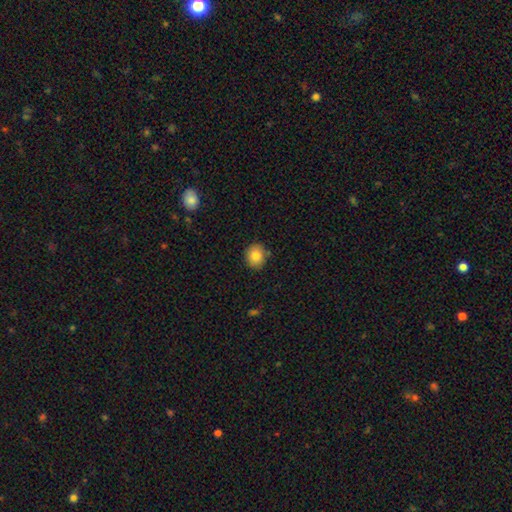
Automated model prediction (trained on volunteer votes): Q: Smooth or featured?
A: smooth (83%); runner-up: star or artifact (9%)
Q: How rounded?
A: round (68%); runner-up: in between (31%)
Q: Merging?
A: none (85%); runner-up: minor disturbance (10%)